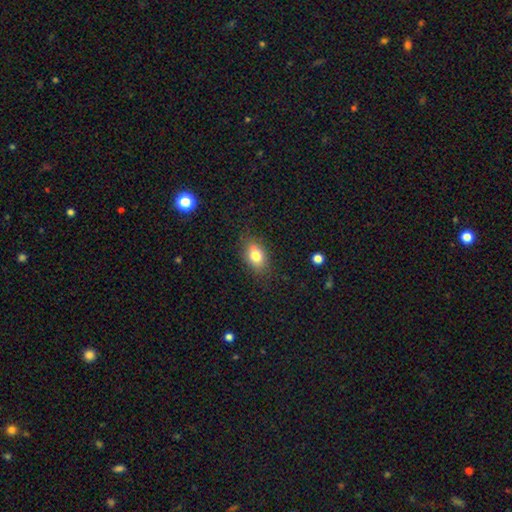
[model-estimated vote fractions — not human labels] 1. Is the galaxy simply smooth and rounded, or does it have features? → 78% smooth, 13% featured or disk, 10% star or artifact.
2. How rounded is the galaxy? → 79% in between, 19% round, 2% cigar-shaped.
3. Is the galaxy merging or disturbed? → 79% none, 15% minor disturbance, 4% major disturbance, 2% merger.